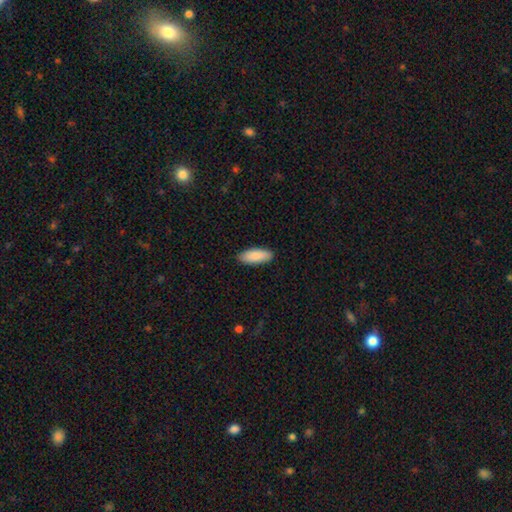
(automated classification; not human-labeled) Q: Smooth or featured?
A: smooth (90%); runner-up: star or artifact (5%)
Q: How rounded?
A: in between (78%); runner-up: cigar-shaped (21%)
Q: Merging?
A: none (89%); runner-up: minor disturbance (8%)